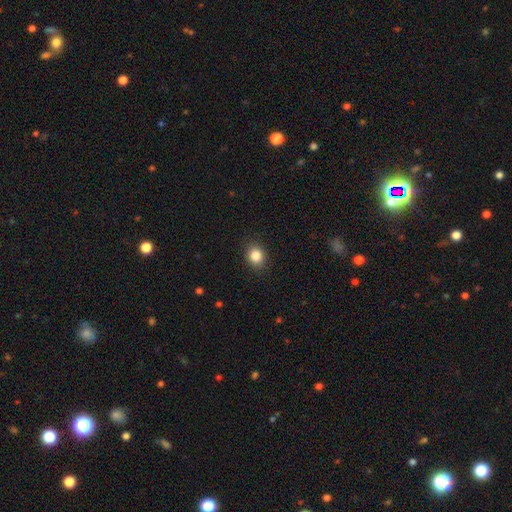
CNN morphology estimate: Smooth or featured: smooth — 85% (star or artifact — 10%)
How rounded: round — 65% (in between — 34%)
Merging: none — 89% (minor disturbance — 8%)